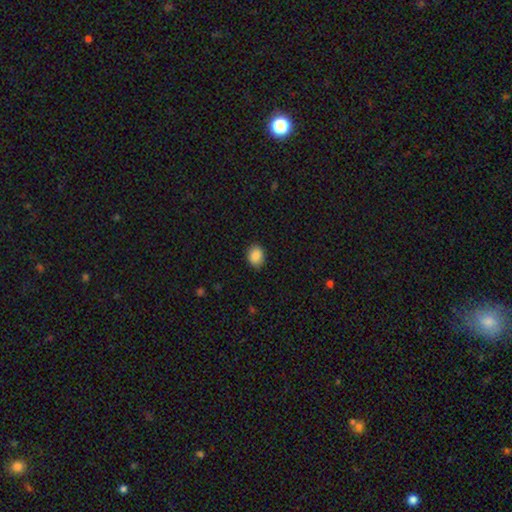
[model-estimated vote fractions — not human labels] smooth-or-featured: smooth: 88% | star or artifact: 8% | featured or disk: 4%
  how-rounded: in between: 51% | round: 48% | cigar-shaped: 1%
  merging: none: 88% | minor disturbance: 9% | major disturbance: 2% | merger: 1%